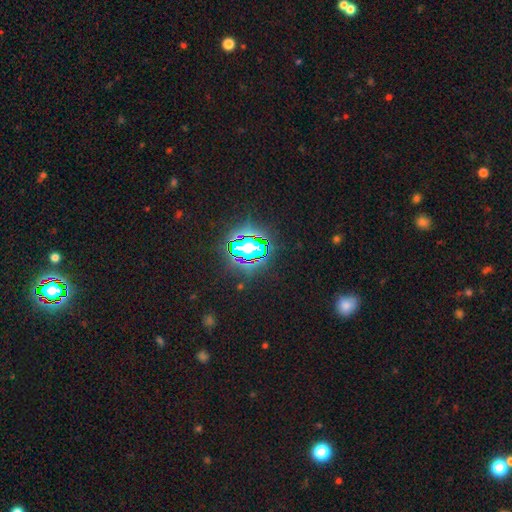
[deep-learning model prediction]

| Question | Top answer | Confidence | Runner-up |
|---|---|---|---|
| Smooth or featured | star or artifact | 82% | smooth (11%) |